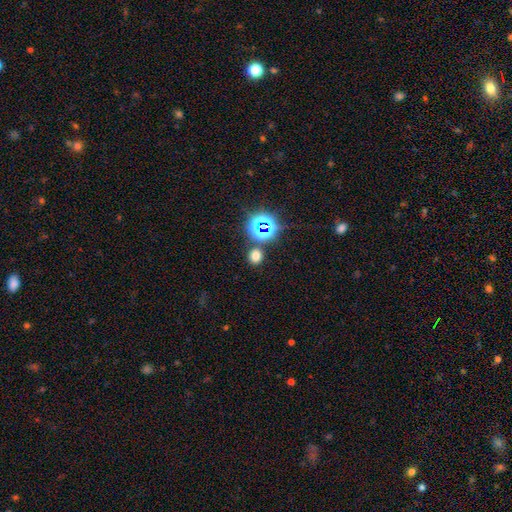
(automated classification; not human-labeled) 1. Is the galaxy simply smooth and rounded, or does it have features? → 66% smooth, 28% star or artifact, 6% featured or disk.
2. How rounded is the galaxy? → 73% round, 26% in between, 1% cigar-shaped.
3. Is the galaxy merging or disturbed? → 82% none, 8% minor disturbance, 7% merger, 3% major disturbance.